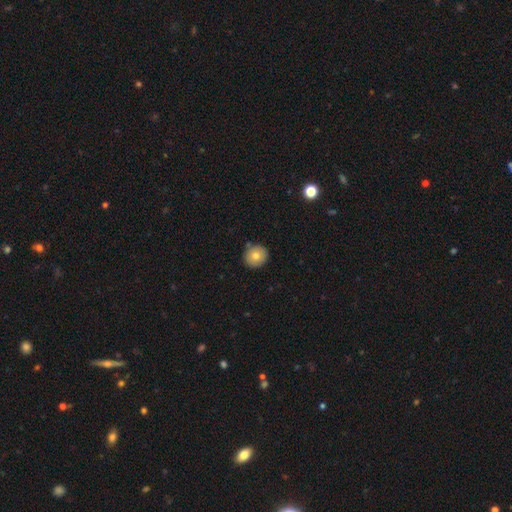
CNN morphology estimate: Overall: smooth (78%). How rounded: round (90%). Merging: none (87%).